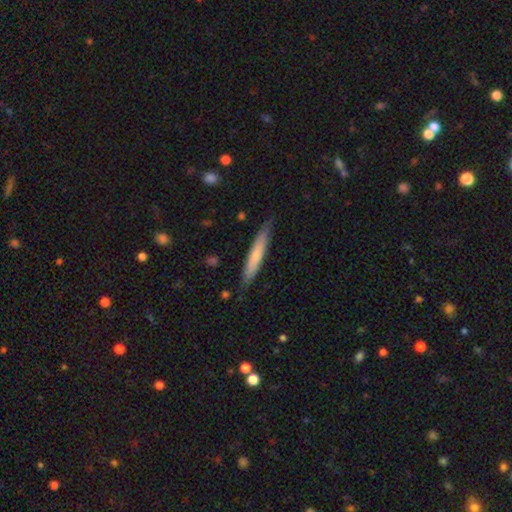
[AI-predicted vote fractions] Q: Smooth or featured?
A: smooth (65%); runner-up: featured or disk (30%)
Q: How rounded?
A: cigar-shaped (93%); runner-up: in between (6%)
Q: Merging?
A: none (83%); runner-up: minor disturbance (14%)